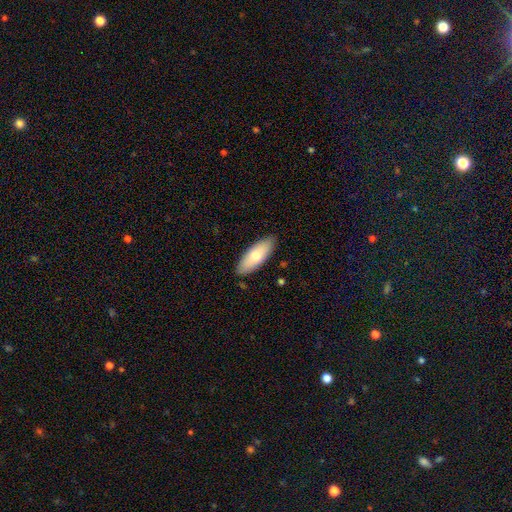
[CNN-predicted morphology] smooth_or_featured: smooth (p=0.72) [alt: featured or disk p=0.22]
how_rounded: in between (p=0.78) [alt: cigar-shaped p=0.20]
merging: none (p=0.87) [alt: minor disturbance p=0.10]